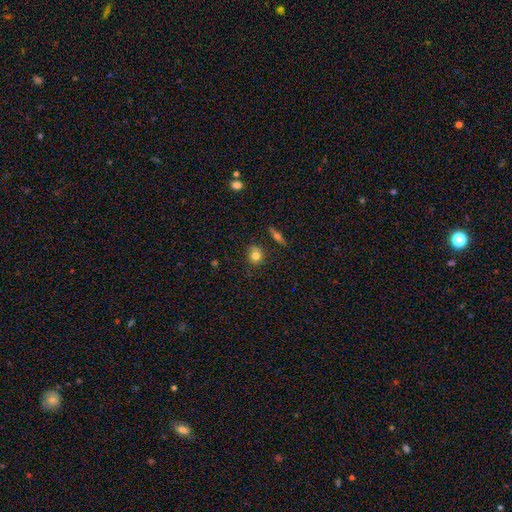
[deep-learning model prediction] smooth-or-featured: smooth: 78% | featured or disk: 11% | star or artifact: 11%
  how-rounded: round: 83% | in between: 15% | cigar-shaped: 2%
  merging: none: 75% | minor disturbance: 17% | major disturbance: 4% | merger: 4%